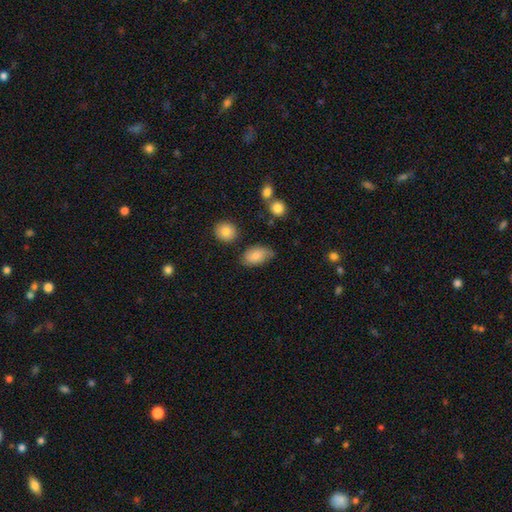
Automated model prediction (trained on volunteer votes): smooth-or-featured: smooth: 80% | featured or disk: 13% | star or artifact: 8%
  how-rounded: in between: 91% | round: 7% | cigar-shaped: 2%
  merging: none: 66% | minor disturbance: 25% | major disturbance: 6% | merger: 4%